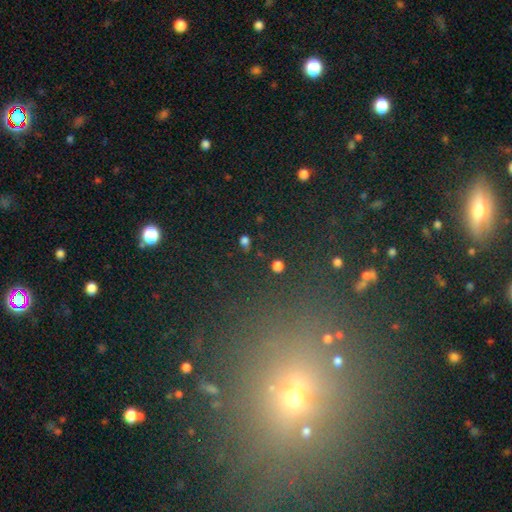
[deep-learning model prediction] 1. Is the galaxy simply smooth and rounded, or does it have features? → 57% star or artifact, 32% smooth, 11% featured or disk.